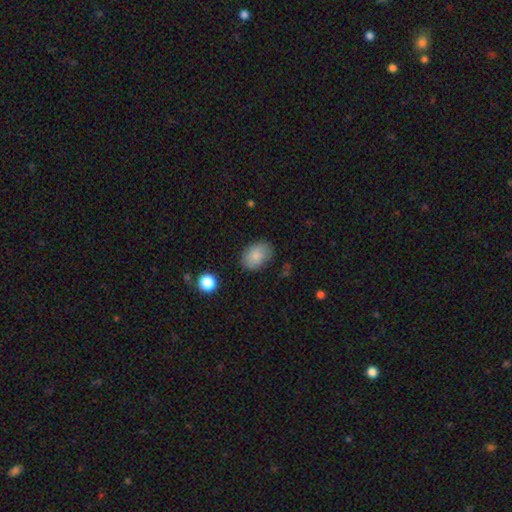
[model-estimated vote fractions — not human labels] This is clearly a smooth galaxy (85%). How rounded: clearly in between (83%). Merging: clearly none (80%).